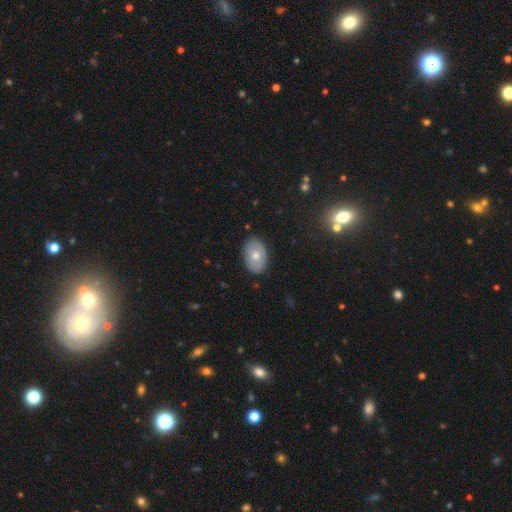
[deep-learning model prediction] Smooth or featured? Predicted: smooth (p=0.66). How rounded? Predicted: in between (p=0.88). Merging? Predicted: none (p=0.84).